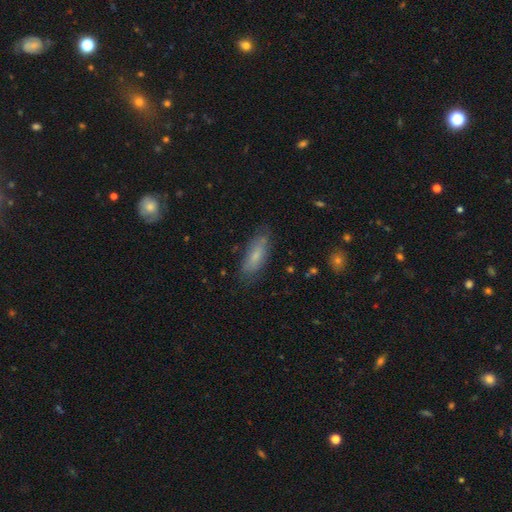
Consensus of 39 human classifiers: smooth-or-featured: smooth: 74% | featured or disk: 21% | star or artifact: 5%
  how-rounded: in between: 52% | cigar-shaped: 45% | round: 3%
  merging: none: 65% | minor disturbance: 32% | merger: 3% | major disturbance: 0%